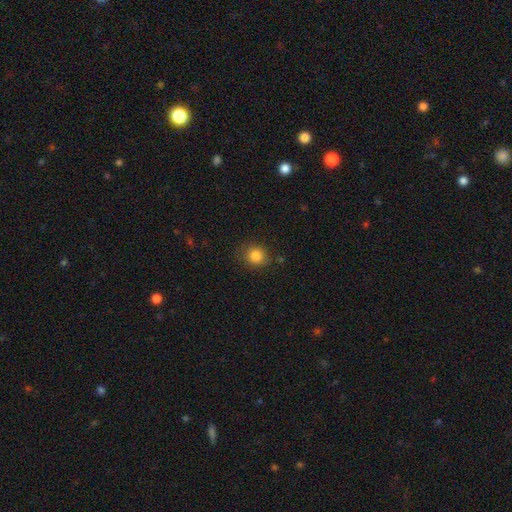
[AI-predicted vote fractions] The model was most divided on "how rounded": round: 84%, in between: 15%, cigar-shaped: 1%. More confident: smooth or featured — smooth (84%); merging — none (82%).